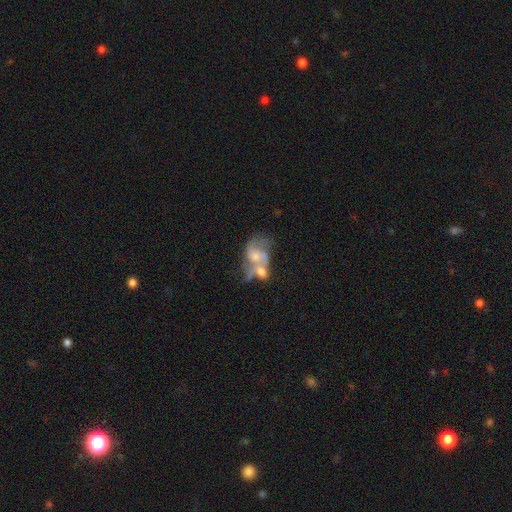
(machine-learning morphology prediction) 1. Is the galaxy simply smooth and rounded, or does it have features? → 63% featured or disk, 28% smooth, 9% star or artifact.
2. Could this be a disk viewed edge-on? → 97% no, 3% yes.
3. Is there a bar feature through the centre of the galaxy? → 69% no, 26% weak, 5% strong.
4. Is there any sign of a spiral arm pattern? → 71% yes, 29% no.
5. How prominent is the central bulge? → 41% moderate, 39% small, 13% none, 6% large, 2% dominant.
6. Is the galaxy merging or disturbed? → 59% merger, 16% none, 15% major disturbance, 10% minor disturbance.